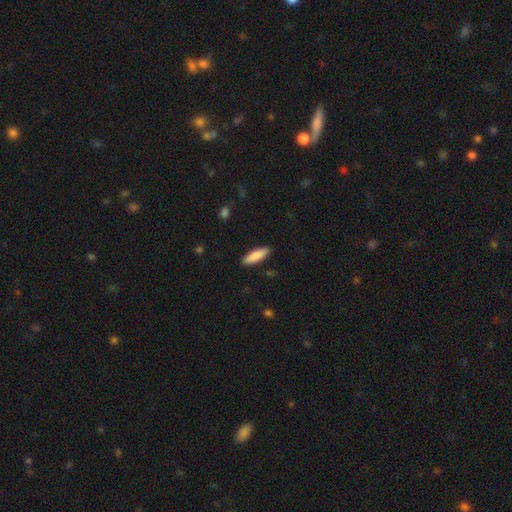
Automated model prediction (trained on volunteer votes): smooth 86%, featured or disk 9%, star or artifact 6%. Down the decision tree: how rounded — cigar-shaped (54%); merging — none (90%).